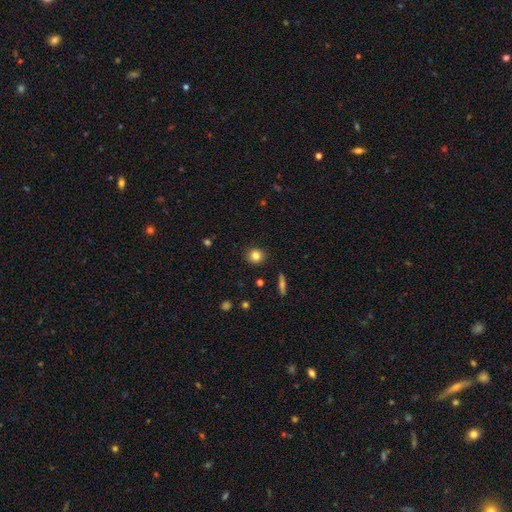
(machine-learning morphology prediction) Smooth or featured? Predicted: smooth (p=0.82). How rounded? Predicted: round (p=0.85). Merging? Predicted: none (p=0.89).